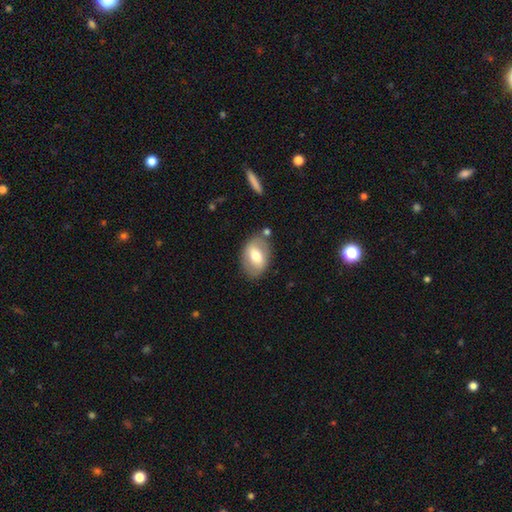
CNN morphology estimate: Smooth or featured? Predicted: smooth (p=0.57). How rounded? Predicted: in between (p=0.84). Merging? Predicted: none (p=0.76).